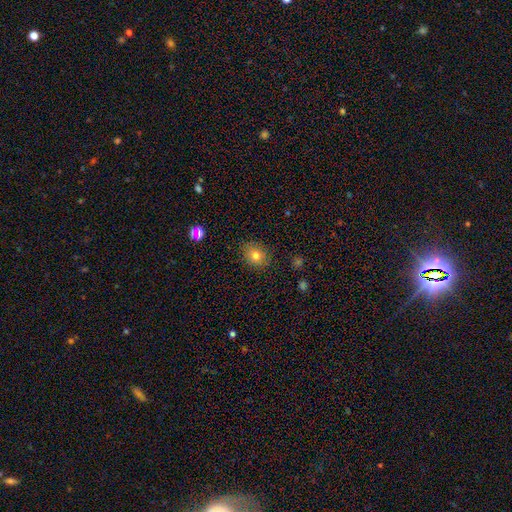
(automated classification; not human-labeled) Morphology: type=smooth (78%); roundness=round (65%); merging=none (86%).